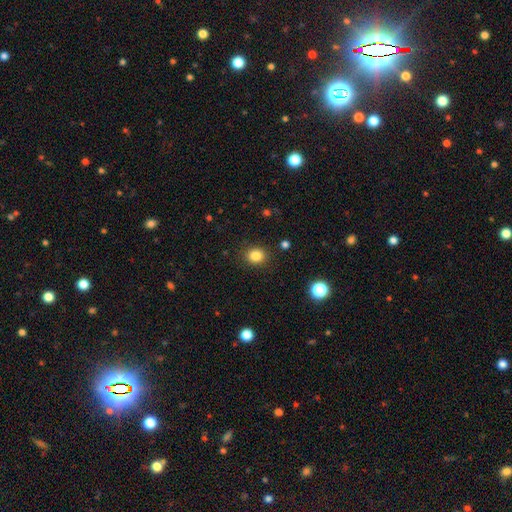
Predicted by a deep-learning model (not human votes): A smooth galaxy with no disk features (84%) that is round (71%).

Vote fractions:
- Smooth or featured? smooth: 84% / star or artifact: 12% / featured or disk: 5%
- How rounded? round: 71% / in between: 28% / cigar-shaped: 1%
- Merging? none: 88% / minor disturbance: 8% / major disturbance: 3% / merger: 1%